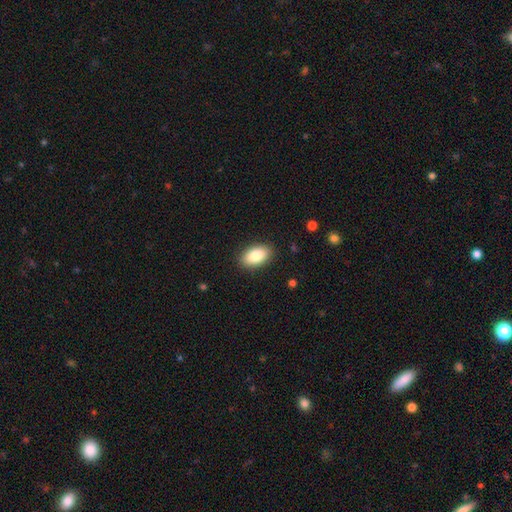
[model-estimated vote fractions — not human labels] Smooth or featured? Predicted: smooth (p=0.85). How rounded? Predicted: in between (p=0.93). Merging? Predicted: none (p=0.88).